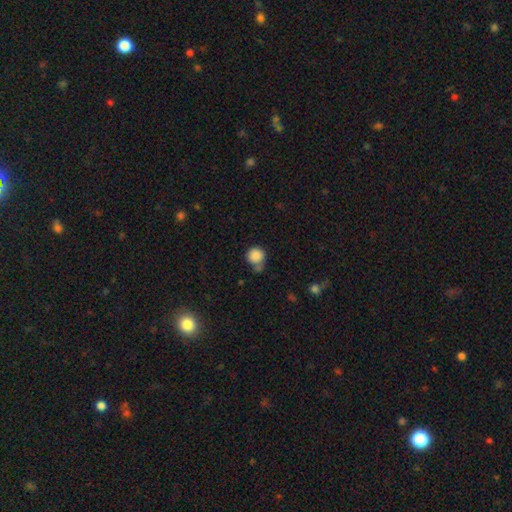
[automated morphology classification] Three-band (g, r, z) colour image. It shows a smooth galaxy with no disk features (87%) that is round (91%). Merging: none (55%).